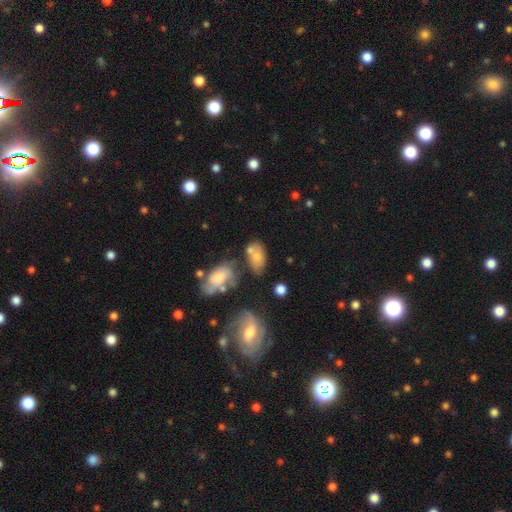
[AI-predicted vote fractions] Smooth or featured?
  - smooth: 65% *
  - featured or disk: 24%
  - star or artifact: 12%
How rounded?
  - in between: 87% *
  - round: 10%
  - cigar-shaped: 3%
Merging?
  - none: 40% *
  - merger: 29%
  - minor disturbance: 20%
  - major disturbance: 10%